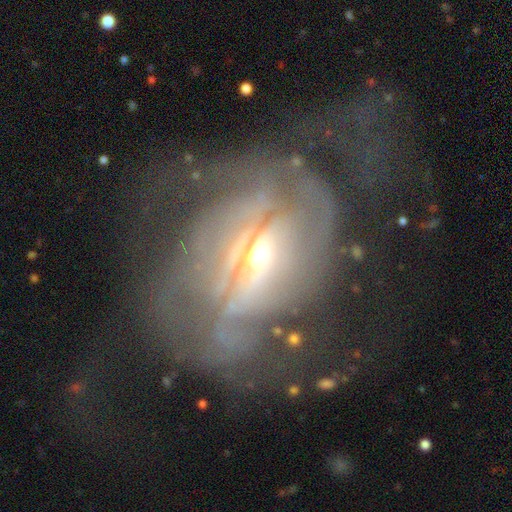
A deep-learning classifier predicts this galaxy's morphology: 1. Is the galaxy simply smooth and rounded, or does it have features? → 75% featured or disk, 15% smooth, 10% star or artifact.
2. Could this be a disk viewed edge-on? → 90% no, 10% yes.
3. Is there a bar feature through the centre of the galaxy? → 56% no, 27% weak, 17% strong.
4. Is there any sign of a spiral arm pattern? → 54% yes, 46% no.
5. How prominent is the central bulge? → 49% moderate, 44% small, 4% large, 2% dominant, 1% none.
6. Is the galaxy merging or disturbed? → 51% major disturbance, 29% none, 16% minor disturbance, 3% merger.